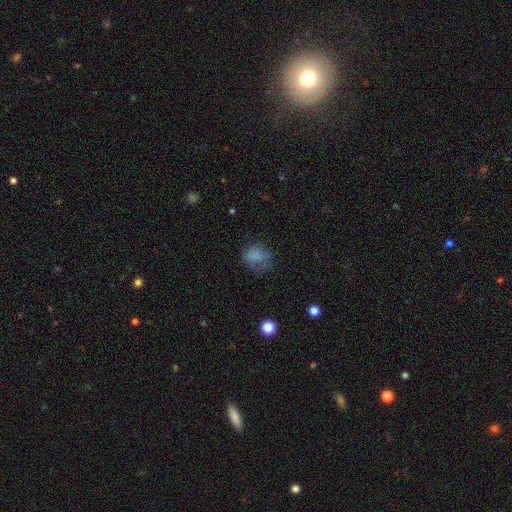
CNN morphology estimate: Smooth or featured: smooth — 77% (star or artifact — 13%)
How rounded: round — 58% (in between — 41%)
Merging: none — 55% (minor disturbance — 26%)